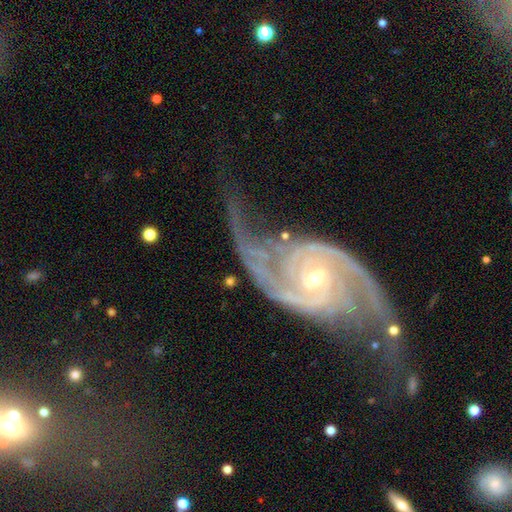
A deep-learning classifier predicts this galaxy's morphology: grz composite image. It shows a featured or disk galaxy (91%) with no bar (54%), 2 (59%) medium (42%) spiral arms (98%) and a small central bulge (61%). Merging: none (50%).